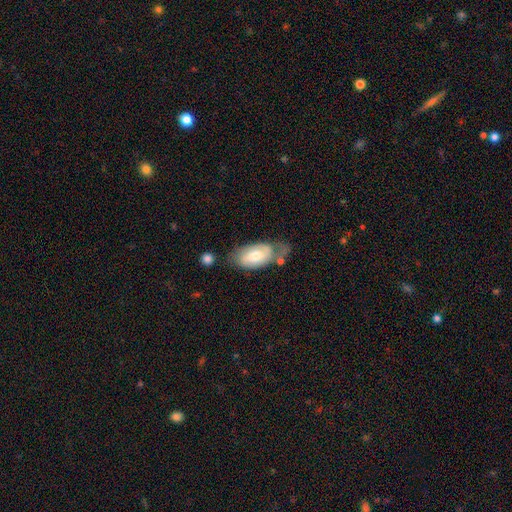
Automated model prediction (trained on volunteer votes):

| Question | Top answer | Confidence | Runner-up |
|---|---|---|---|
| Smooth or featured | smooth | 52% | featured or disk (42%) |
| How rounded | in between | 93% | round (4%) |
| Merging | none | 43% | minor disturbance (29%) |